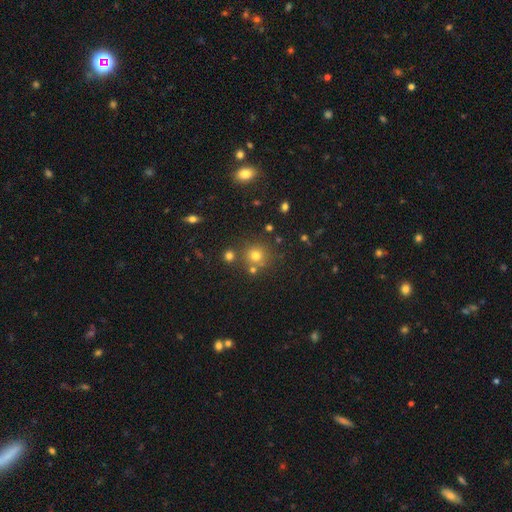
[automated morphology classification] Q: Smooth or featured?
A: smooth (71%); runner-up: star or artifact (20%)
Q: How rounded?
A: round (92%); runner-up: in between (7%)
Q: Merging?
A: none (75%); runner-up: merger (12%)